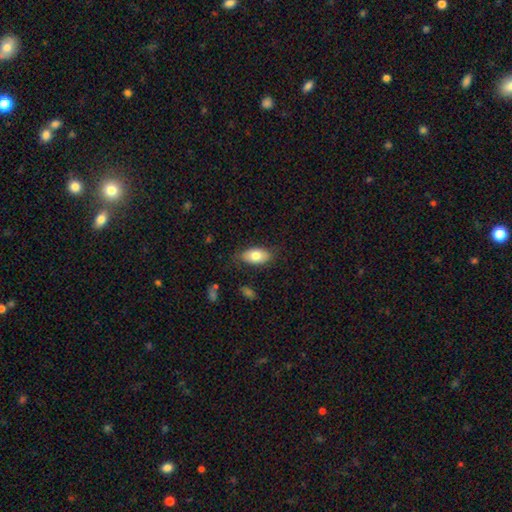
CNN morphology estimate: Smooth or featured: smooth — 77% (featured or disk — 16%)
How rounded: in between — 92% (round — 5%)
Merging: none — 80% (minor disturbance — 15%)